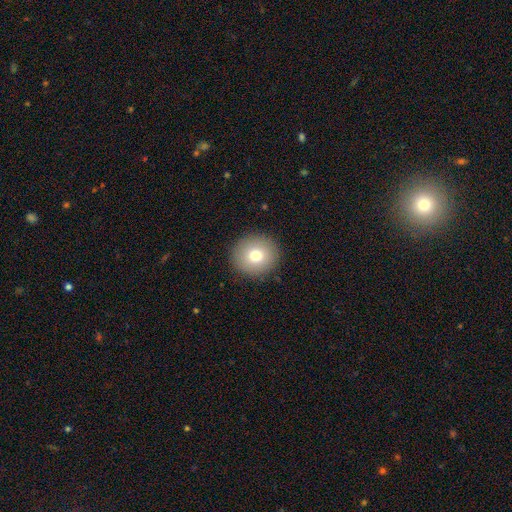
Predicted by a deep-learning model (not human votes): Smooth or featured?
  - smooth: 76% *
  - featured or disk: 13%
  - star or artifact: 11%
How rounded?
  - round: 91% *
  - in between: 8%
  - cigar-shaped: 1%
Merging?
  - none: 91% *
  - minor disturbance: 6%
  - major disturbance: 2%
  - merger: 1%